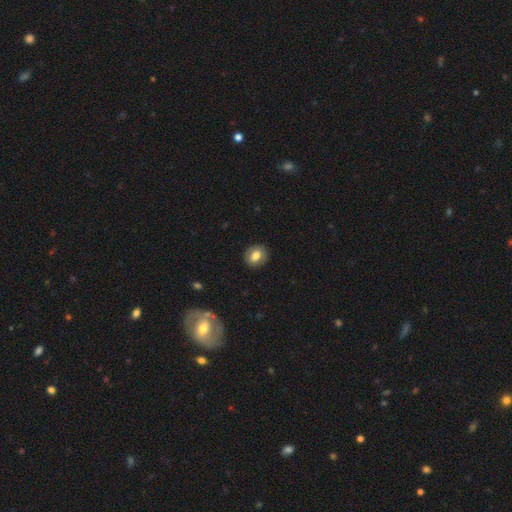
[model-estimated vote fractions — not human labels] Smooth or featured? smooth (77%)
How rounded? round (66%)
Merging? none (89%)